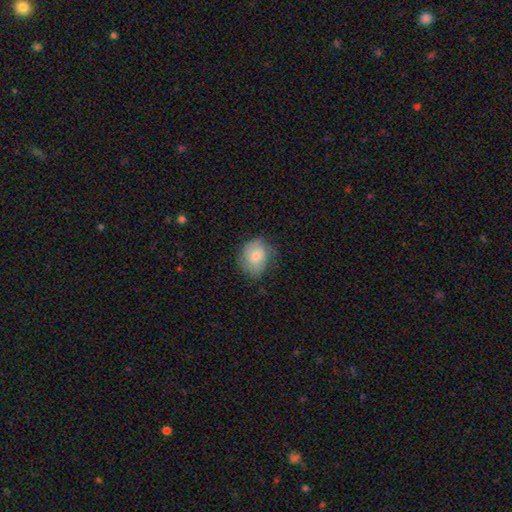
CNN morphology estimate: Smooth or featured? Predicted: smooth (p=0.67). How rounded? Predicted: round (p=0.58). Merging? Predicted: none (p=0.61).